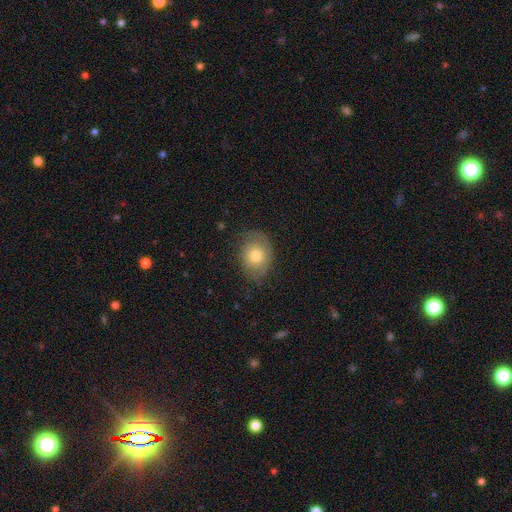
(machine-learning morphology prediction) smooth-or-featured: smooth: 70% | featured or disk: 21% | star or artifact: 9%
  how-rounded: in between: 54% | round: 45% | cigar-shaped: 1%
  merging: none: 73% | minor disturbance: 20% | major disturbance: 6% | merger: 1%